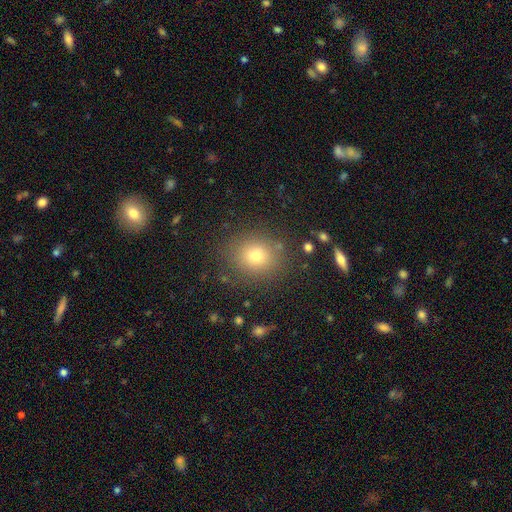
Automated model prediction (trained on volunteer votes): The model was most divided on "smooth or featured": smooth: 74%, star or artifact: 16%, featured or disk: 10%. More confident: merging — none (85%); how rounded — round (79%).